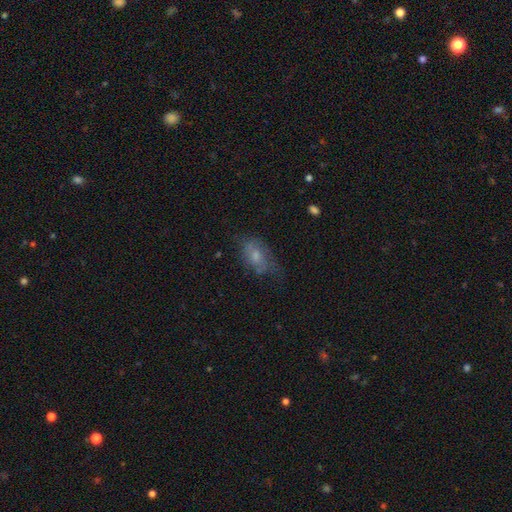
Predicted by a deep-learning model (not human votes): Q: Smooth or featured?
A: smooth (60%); runner-up: featured or disk (30%)
Q: How rounded?
A: in between (87%); runner-up: round (8%)
Q: Merging?
A: none (50%); runner-up: minor disturbance (30%)